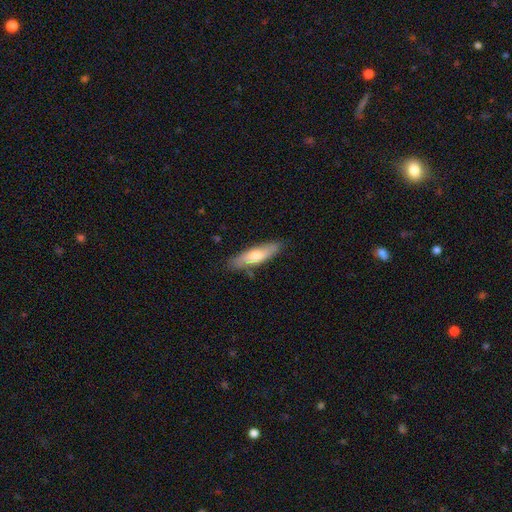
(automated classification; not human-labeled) This is likely a smooth galaxy (64%). How rounded: possibly cigar-shaped (60%). Merging: clearly none (81%).